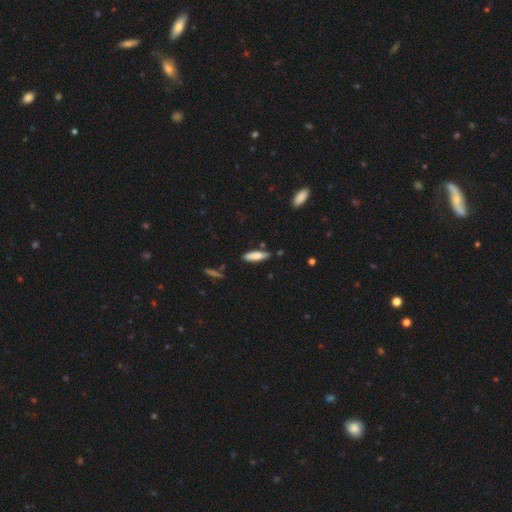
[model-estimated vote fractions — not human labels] This appears to be a smooth galaxy with no disk features (80%) that is cigar-shaped (57%). Merging: none (79%).